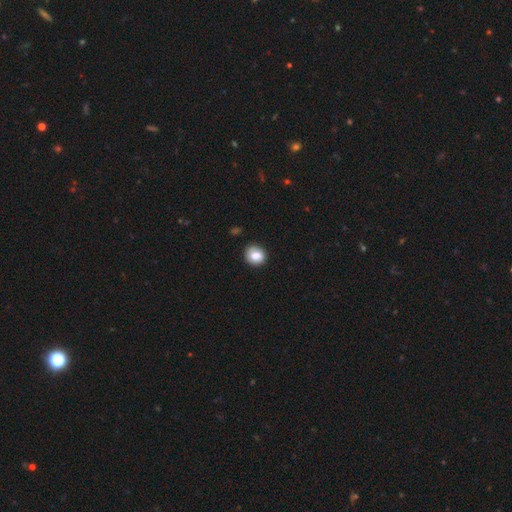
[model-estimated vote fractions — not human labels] Q: Smooth or featured?
A: smooth (82%); runner-up: featured or disk (9%)
Q: How rounded?
A: round (79%); runner-up: in between (20%)
Q: Merging?
A: none (78%); runner-up: minor disturbance (17%)